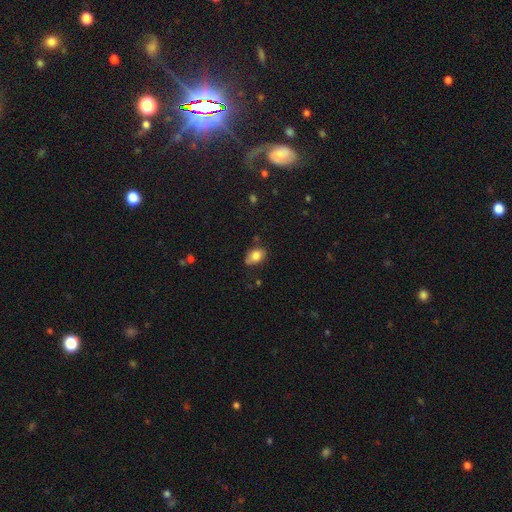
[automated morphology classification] Smooth or featured: smooth — 80% (featured or disk — 12%)
How rounded: in between — 82% (round — 17%)
Merging: none — 65% (minor disturbance — 27%)